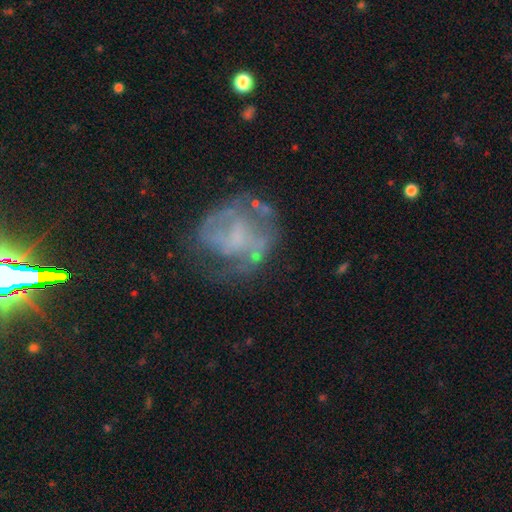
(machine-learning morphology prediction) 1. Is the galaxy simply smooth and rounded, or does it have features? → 63% featured or disk, 25% smooth, 12% star or artifact.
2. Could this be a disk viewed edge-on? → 98% no, 2% yes.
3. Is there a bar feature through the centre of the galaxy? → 64% no, 28% weak, 9% strong.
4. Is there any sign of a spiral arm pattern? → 55% yes, 45% no.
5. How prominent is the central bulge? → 41% none, 32% small, 20% moderate, 4% large, 2% dominant.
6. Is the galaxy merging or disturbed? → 46% none, 27% major disturbance, 21% minor disturbance, 5% merger.